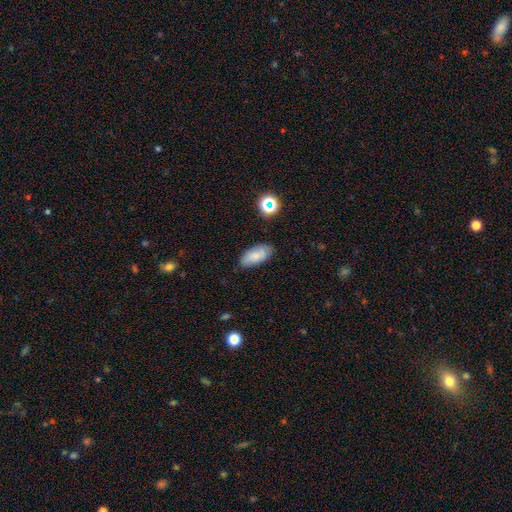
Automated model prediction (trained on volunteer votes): smooth_or_featured: smooth (p=0.72) [alt: featured or disk p=0.18]
how_rounded: in between (p=0.90) [alt: cigar-shaped p=0.07]
merging: none (p=0.76) [alt: minor disturbance p=0.18]